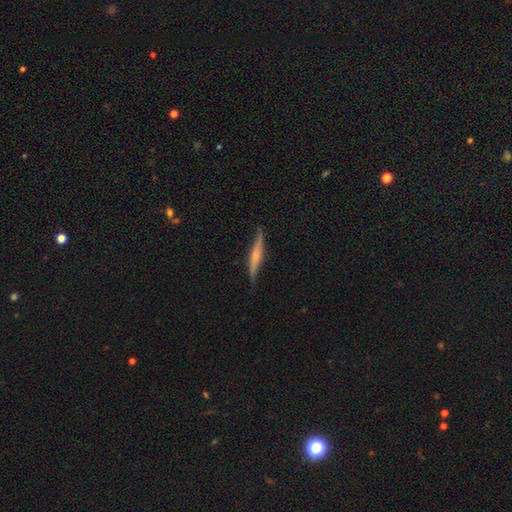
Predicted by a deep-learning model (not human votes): Overall: featured or disk (65%; smooth 29%). Edge-on disk: yes (94%). Edge-on bulge: rounded (70%). Merging: none (80%).